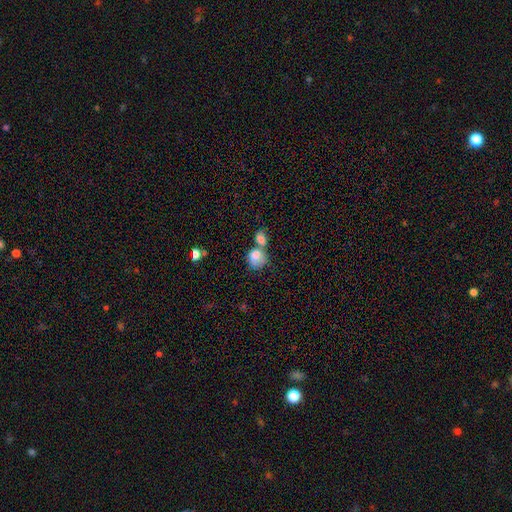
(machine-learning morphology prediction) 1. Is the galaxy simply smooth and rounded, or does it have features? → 78% smooth, 14% featured or disk, 8% star or artifact.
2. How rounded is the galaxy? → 57% round, 42% in between, 1% cigar-shaped.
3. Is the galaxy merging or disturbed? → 63% merger, 21% none, 10% minor disturbance, 7% major disturbance.